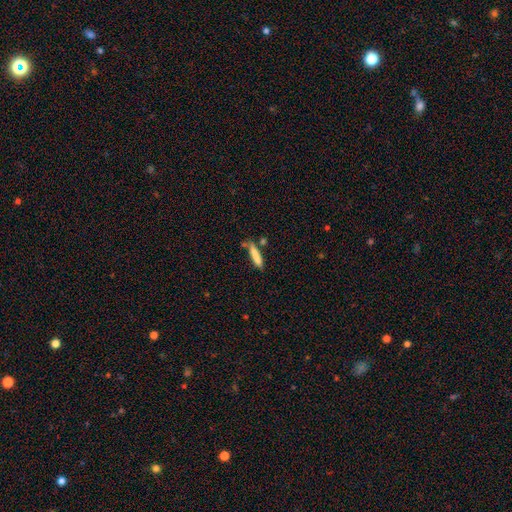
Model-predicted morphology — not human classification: Smooth or featured? smooth (81%)
How rounded? cigar-shaped (86%)
Merging? none (68%)